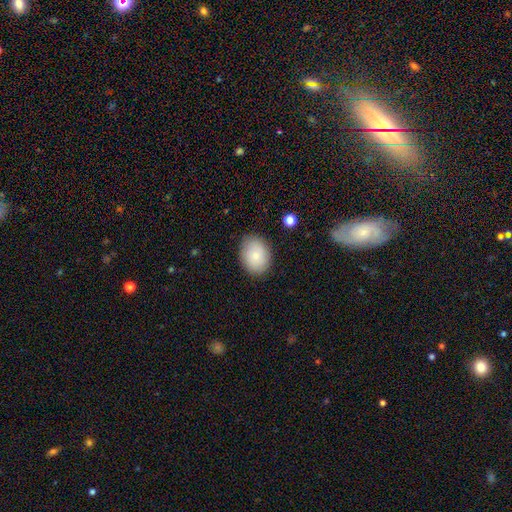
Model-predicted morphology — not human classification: Q: Smooth or featured?
A: smooth (80%); runner-up: featured or disk (12%)
Q: How rounded?
A: in between (64%); runner-up: round (35%)
Q: Merging?
A: none (84%); runner-up: minor disturbance (12%)